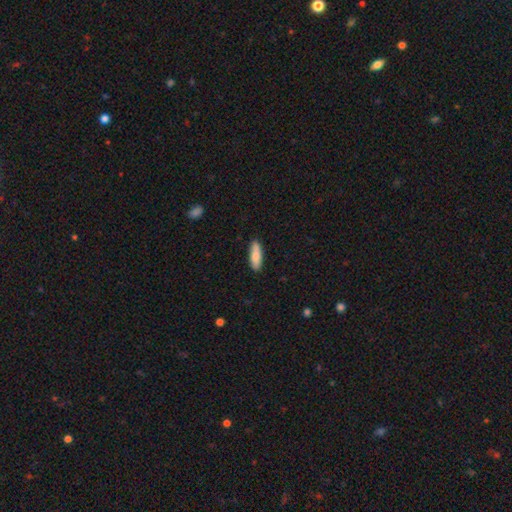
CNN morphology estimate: smooth 80%, featured or disk 14%, star or artifact 6%. Down the decision tree: how rounded — in between (51%); merging — none (87%).